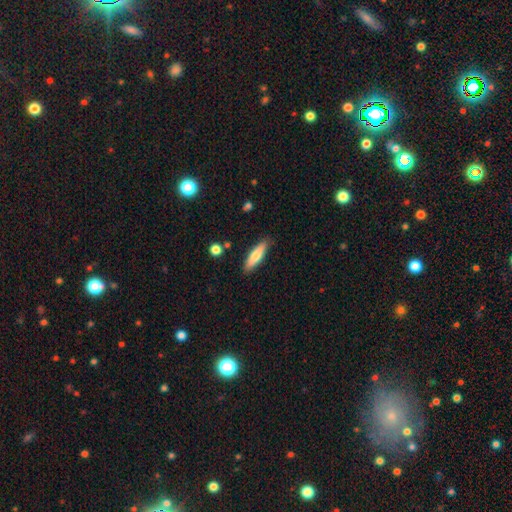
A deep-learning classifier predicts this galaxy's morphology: A smooth galaxy with no disk features (71%) that is cigar-shaped (67%). Merging: none (86%).